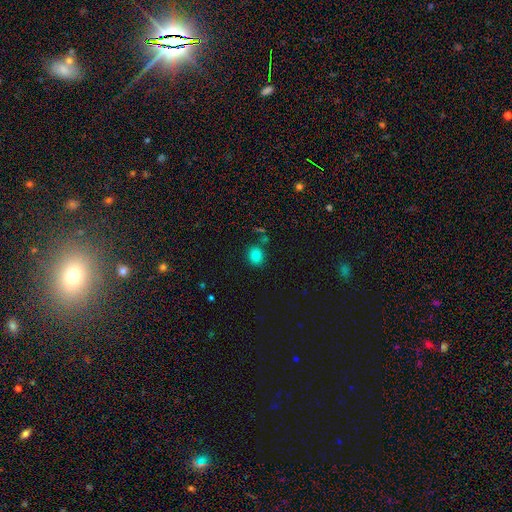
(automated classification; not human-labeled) Smooth or featured?
  - smooth: 84% *
  - star or artifact: 12%
  - featured or disk: 4%
How rounded?
  - round: 64% *
  - in between: 35%
  - cigar-shaped: 1%
Merging?
  - none: 81% *
  - minor disturbance: 10%
  - merger: 6%
  - major disturbance: 3%